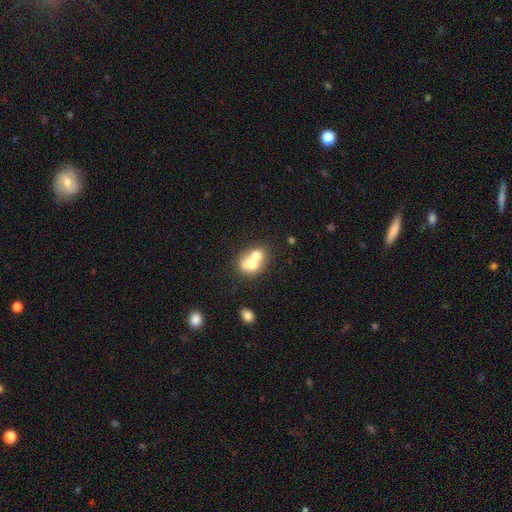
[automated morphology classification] smooth-or-featured: smooth: 64% | featured or disk: 27% | star or artifact: 9%
  how-rounded: round: 56% | in between: 43% | cigar-shaped: 1%
  merging: merger: 70% | none: 21% | minor disturbance: 6% | major disturbance: 4%